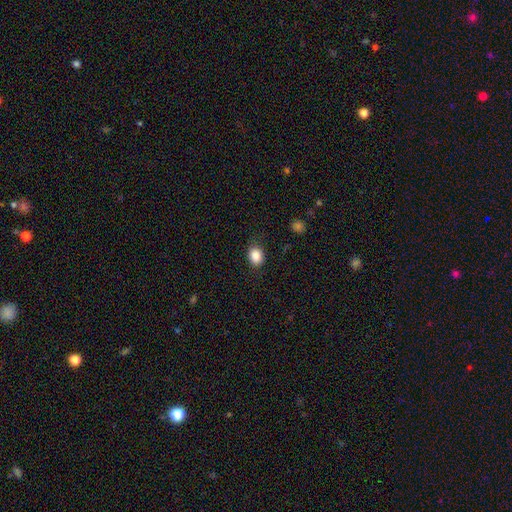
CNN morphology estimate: type=smooth (85%); roundness=in between (55%); merging=none (84%).